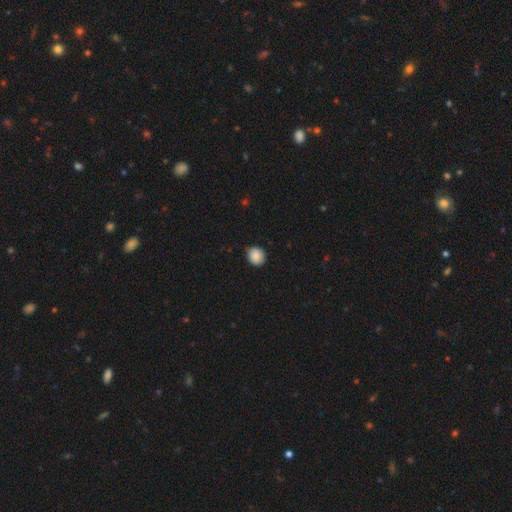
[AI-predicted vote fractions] Smooth or featured? smooth (87%)
How rounded? round (82%)
Merging? none (84%)